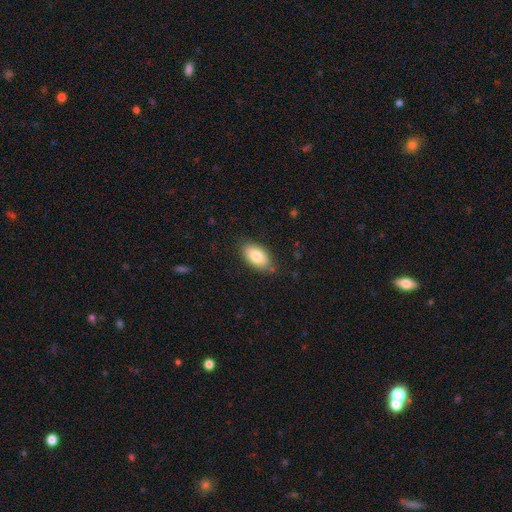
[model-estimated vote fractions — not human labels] Smooth or featured? smooth (81%)
How rounded? in between (93%)
Merging? none (80%)